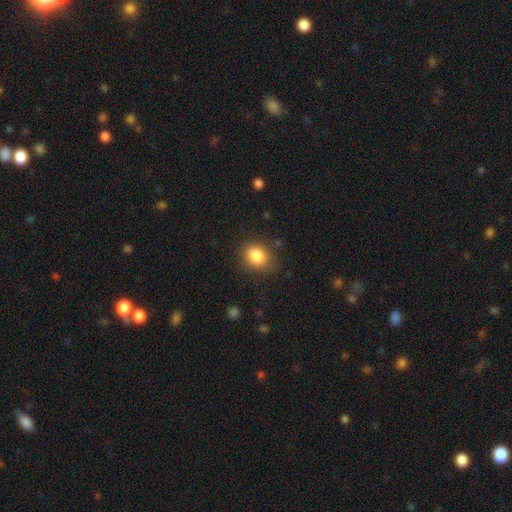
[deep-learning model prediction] The model was most divided on "how rounded": round: 63%, in between: 36%, cigar-shaped: 1%. More confident: smooth or featured — smooth (85%); merging — none (82%).